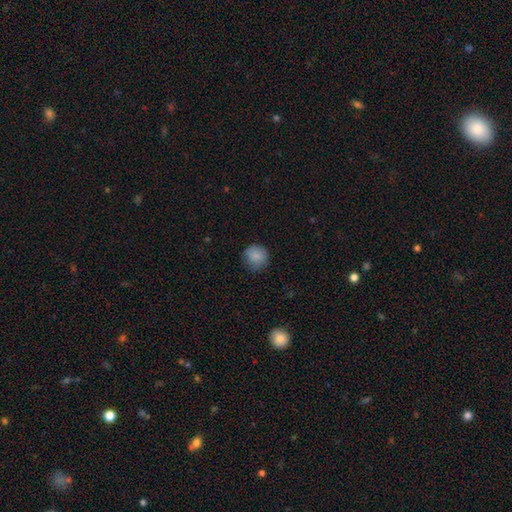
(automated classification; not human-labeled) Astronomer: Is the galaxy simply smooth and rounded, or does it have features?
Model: smooth — 85%.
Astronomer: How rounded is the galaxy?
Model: round — 90%.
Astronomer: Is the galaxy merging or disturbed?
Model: none — 77%.